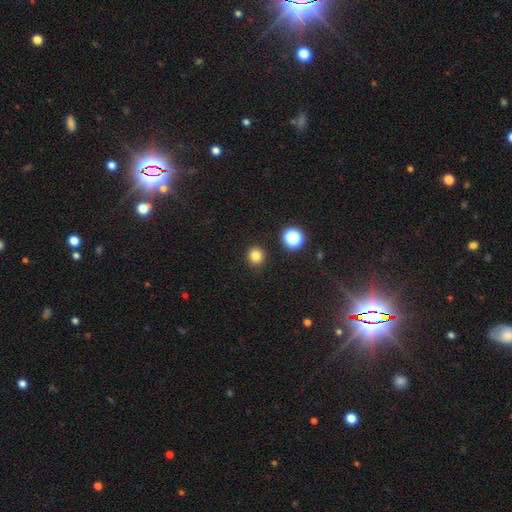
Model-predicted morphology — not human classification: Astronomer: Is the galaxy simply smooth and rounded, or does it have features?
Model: smooth — 81%.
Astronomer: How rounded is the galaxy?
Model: round — 90%.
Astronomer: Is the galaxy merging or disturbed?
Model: none — 91%.